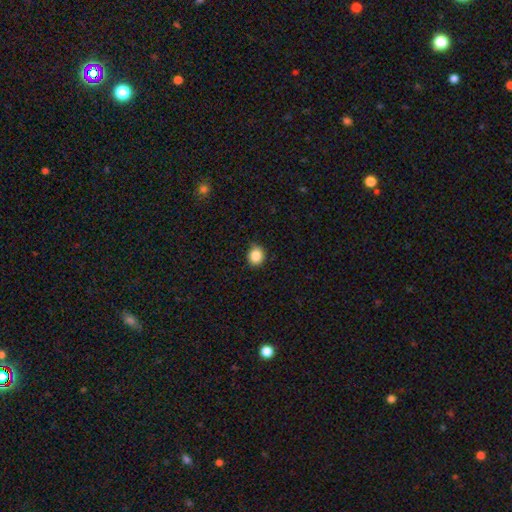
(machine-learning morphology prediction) Smooth or featured? smooth (86%)
How rounded? round (75%)
Merging? none (82%)